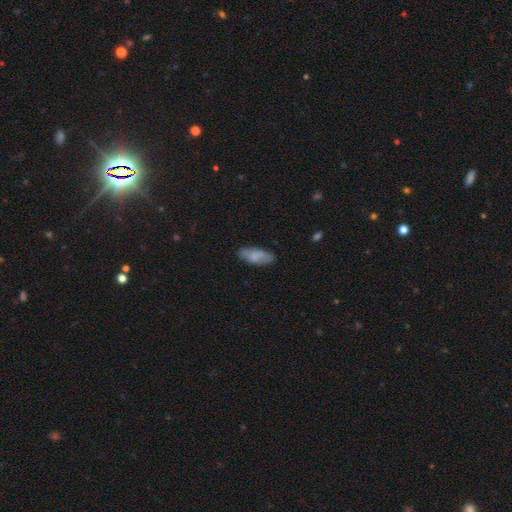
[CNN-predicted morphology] smooth_or_featured: smooth (p=0.78) [alt: featured or disk p=0.15]
how_rounded: in between (p=0.78) [alt: cigar-shaped p=0.20]
merging: none (p=0.81) [alt: minor disturbance p=0.15]